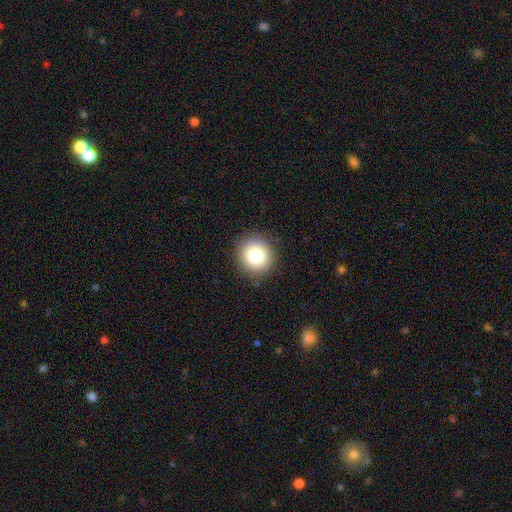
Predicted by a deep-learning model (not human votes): Overall: smooth (80%). How rounded: round (91%). Merging: none (90%).